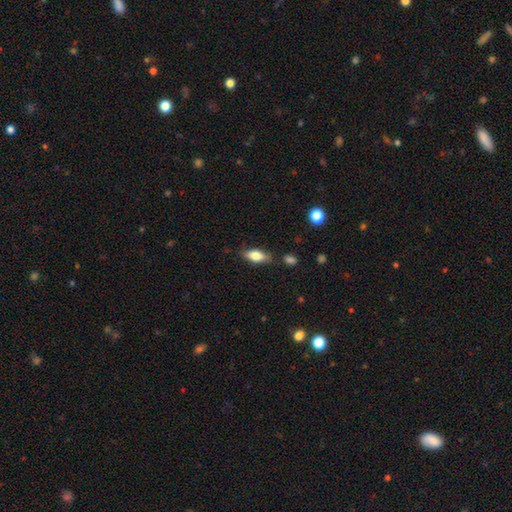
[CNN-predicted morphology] A smooth galaxy with no disk features (76%) that is in between round and cigar-shaped (82%).

Vote fractions:
- Smooth or featured? smooth: 76% / featured or disk: 17% / star or artifact: 7%
- How rounded? in between: 82% / cigar-shaped: 14% / round: 3%
- Merging? none: 76% / minor disturbance: 17% / major disturbance: 4% / merger: 3%